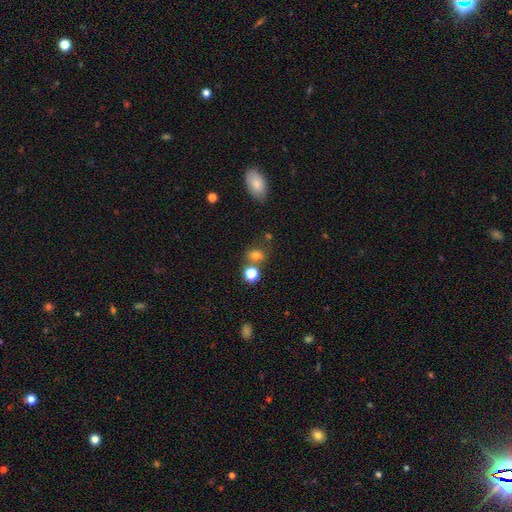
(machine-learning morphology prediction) This is likely a smooth galaxy (74%). How rounded: possibly round (53%). Merging: likely none (60%).